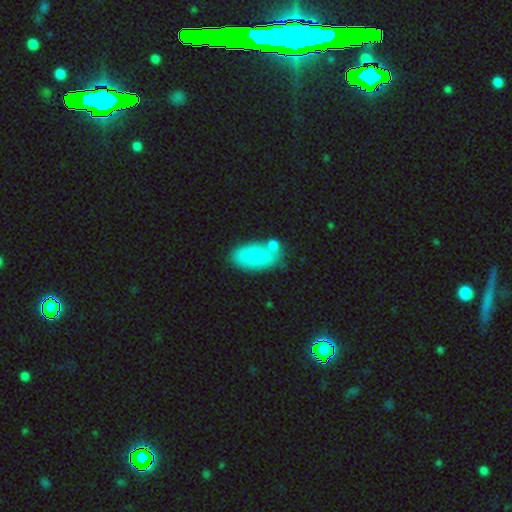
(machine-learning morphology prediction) This is likely a smooth galaxy (79%). How rounded: clearly in between (94%). Merging: likely none (65%).